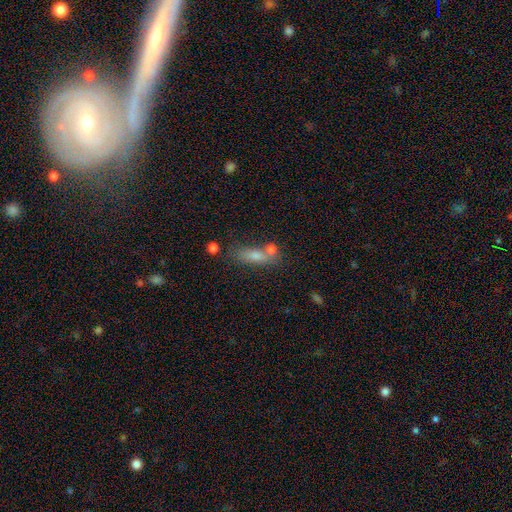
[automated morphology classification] Smooth or featured? Predicted: smooth (p=0.67). How rounded? Predicted: cigar-shaped (p=0.53). Merging? Predicted: none (p=0.57).